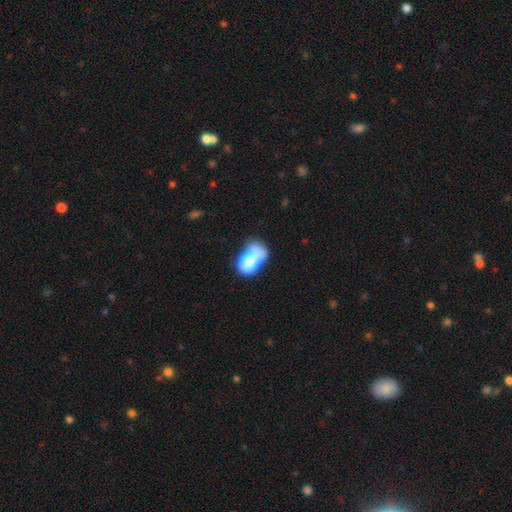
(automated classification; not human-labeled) smooth 65%, featured or disk 28%, star or artifact 8%. Down the decision tree: how rounded — in between (88%); merging — merger (33%).